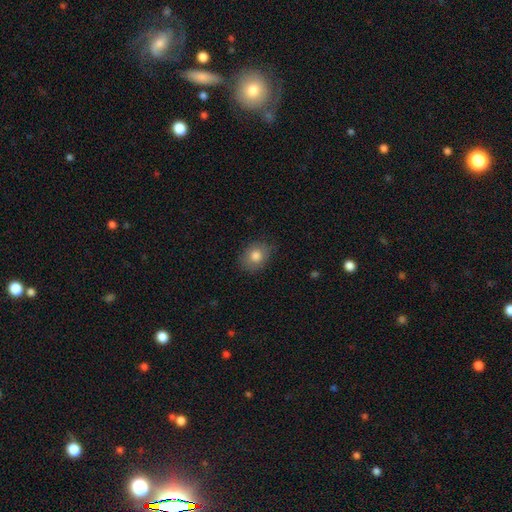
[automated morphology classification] Smooth or featured? smooth (82%)
How rounded? round (51%)
Merging? none (80%)